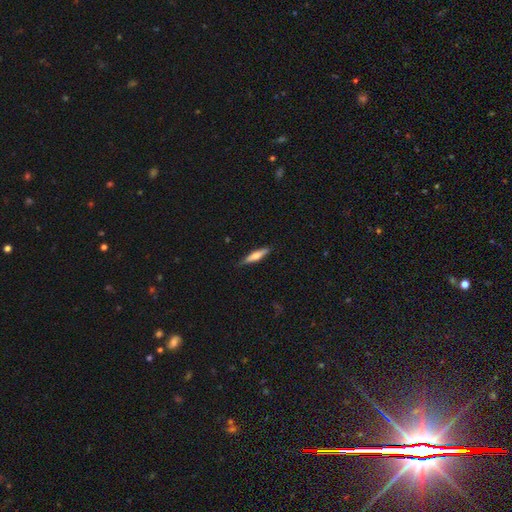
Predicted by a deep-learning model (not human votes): smooth_or_featured: smooth (p=0.48) [alt: featured or disk p=0.46]
merging: none (p=0.85) [alt: minor disturbance p=0.11]